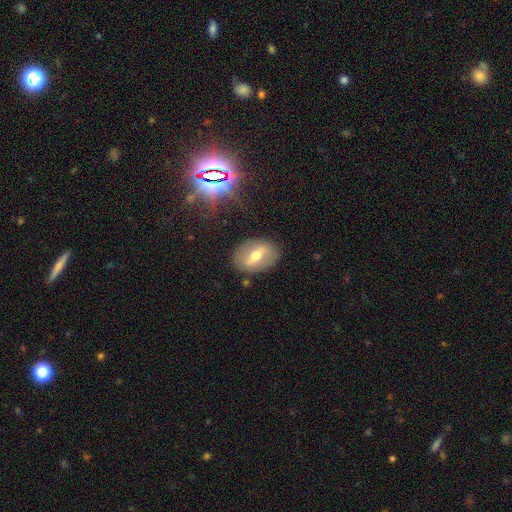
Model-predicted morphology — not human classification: Smooth or featured? Predicted: featured or disk (p=0.51). Edge-on disk? Predicted: no (p=0.84). Merging? Predicted: none (p=0.85).